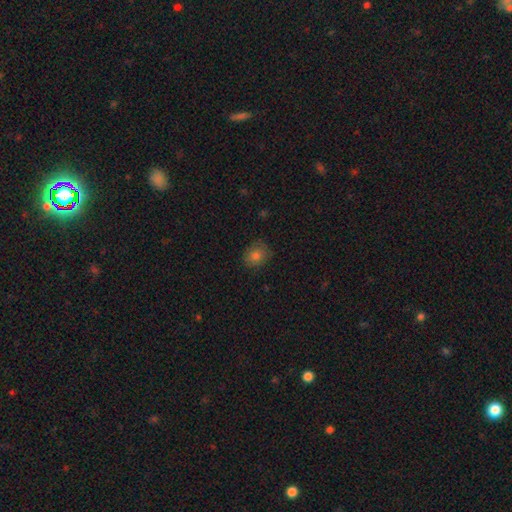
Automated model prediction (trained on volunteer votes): smooth-or-featured: smooth: 79% | star or artifact: 13% | featured or disk: 8%
  how-rounded: round: 63% | in between: 36% | cigar-shaped: 1%
  merging: none: 81% | minor disturbance: 15% | major disturbance: 3% | merger: 1%